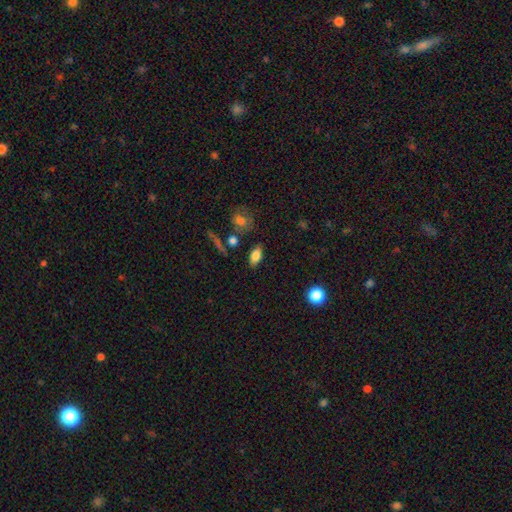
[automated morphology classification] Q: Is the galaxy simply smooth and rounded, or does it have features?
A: smooth — 80%.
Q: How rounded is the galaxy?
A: in between — 88%.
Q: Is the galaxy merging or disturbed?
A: none — 83%.